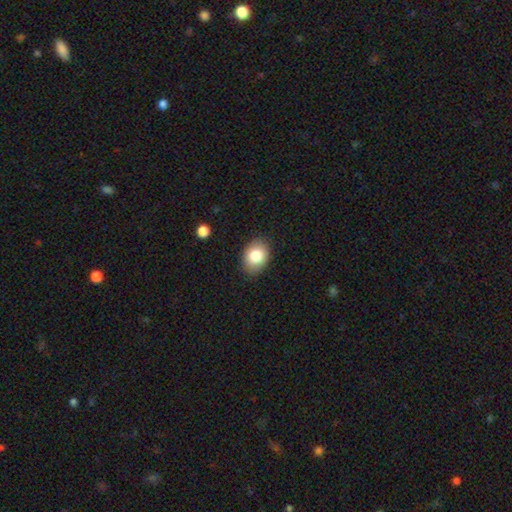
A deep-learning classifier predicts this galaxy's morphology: This is clearly a smooth galaxy (83%). How rounded: likely in between (72%). Merging: clearly none (85%).